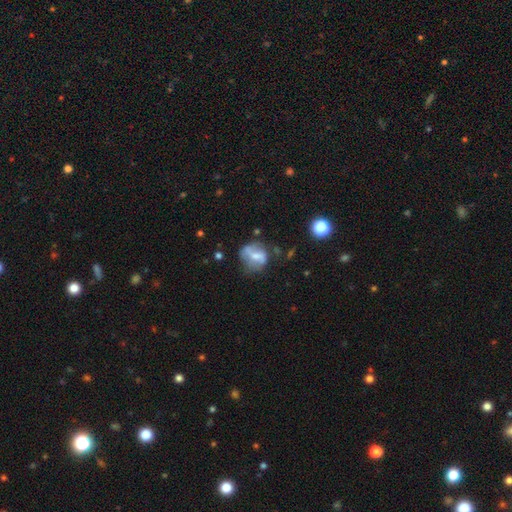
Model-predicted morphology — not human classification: Q: Smooth or featured?
A: featured or disk (48%); runner-up: smooth (42%)
Q: Merging?
A: none (45%); runner-up: minor disturbance (27%)